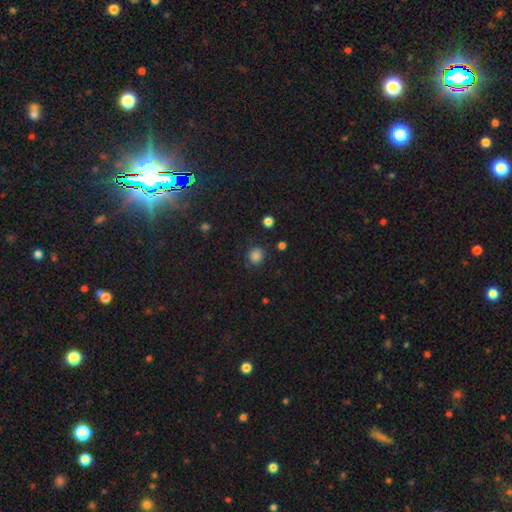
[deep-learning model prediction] smooth_or_featured: smooth (p=0.83) [alt: star or artifact p=0.13]
how_rounded: round (p=0.82) [alt: in between p=0.17]
merging: none (p=0.82) [alt: minor disturbance p=0.12]